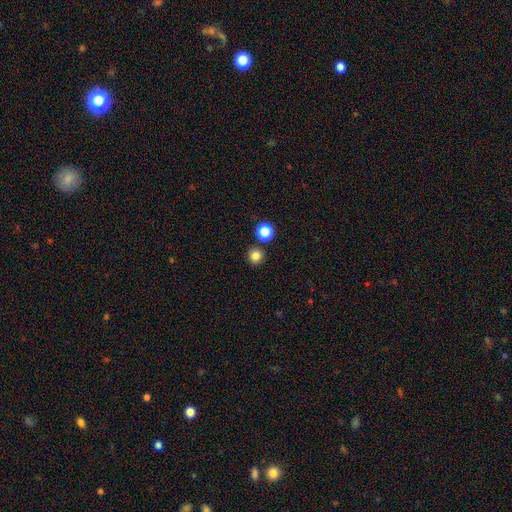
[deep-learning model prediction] Morphology: type=smooth (82%); roundness=round (92%); merging=none (84%).